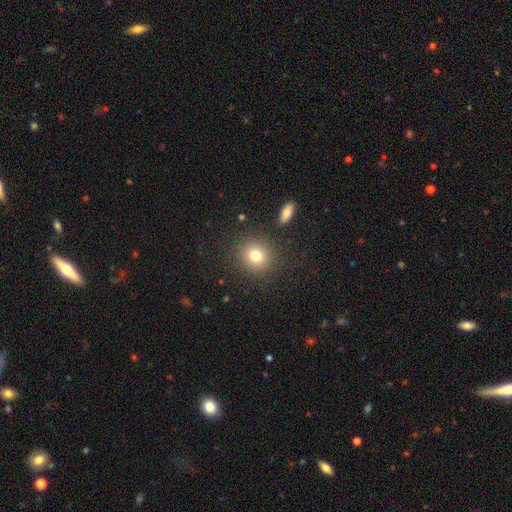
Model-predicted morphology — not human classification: This is likely a smooth galaxy (79%). How rounded: clearly round (86%). Merging: clearly none (88%).